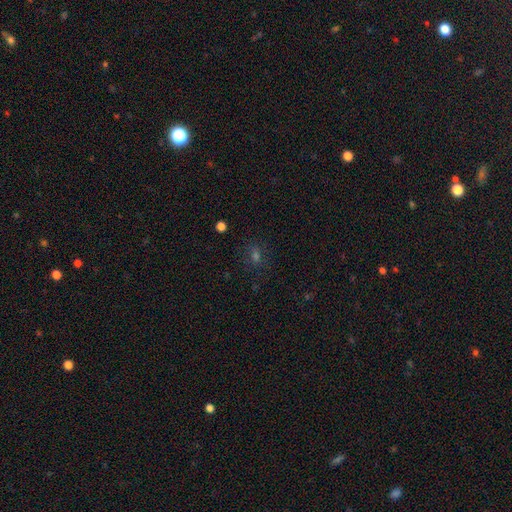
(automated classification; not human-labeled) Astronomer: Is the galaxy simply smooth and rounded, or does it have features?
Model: smooth — 50% (runner-up: star or artifact, 36%).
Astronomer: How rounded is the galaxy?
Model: in between — 55% (runner-up: round, 41%).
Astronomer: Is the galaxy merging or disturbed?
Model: none — 80%.